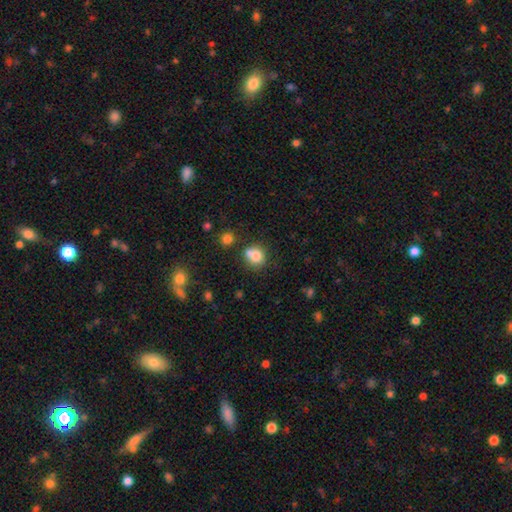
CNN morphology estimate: smooth_or_featured: smooth (p=0.78) [alt: star or artifact p=0.11]
how_rounded: round (p=0.77) [alt: in between p=0.22]
merging: none (p=0.49) [alt: merger p=0.34]